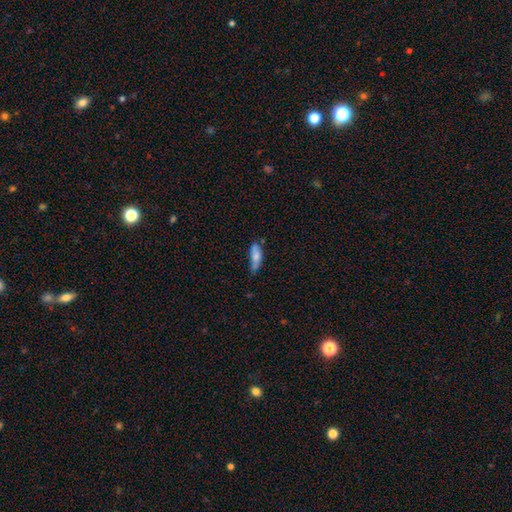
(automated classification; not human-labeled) smooth 76%, featured or disk 17%, star or artifact 7%. Down the decision tree: how rounded — in between (57%); merging — none (46%).